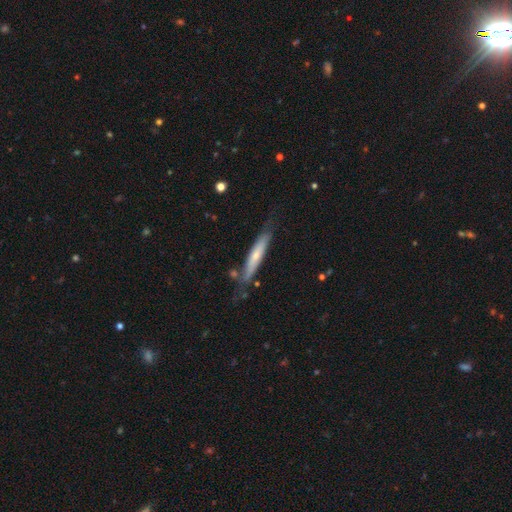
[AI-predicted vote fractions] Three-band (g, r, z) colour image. It shows a smooth galaxy with no disk features (49%). Merging: none (70%).